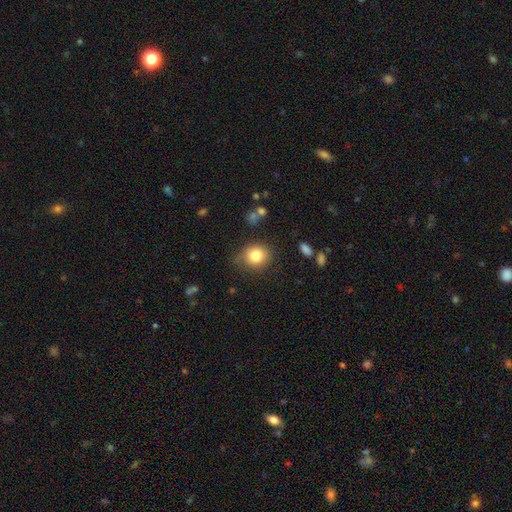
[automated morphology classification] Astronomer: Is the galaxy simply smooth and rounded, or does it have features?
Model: smooth — 82%.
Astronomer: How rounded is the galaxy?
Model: round — 76%.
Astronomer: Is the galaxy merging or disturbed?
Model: none — 72%.